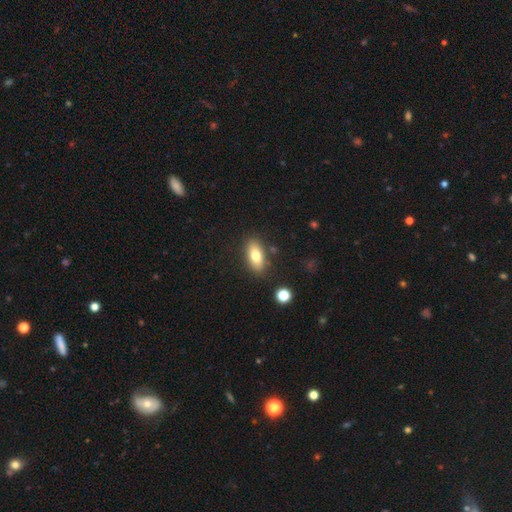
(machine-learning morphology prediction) Q: Smooth or featured?
A: smooth (76%); runner-up: featured or disk (17%)
Q: How rounded?
A: in between (84%); runner-up: cigar-shaped (12%)
Q: Merging?
A: none (82%); runner-up: minor disturbance (11%)